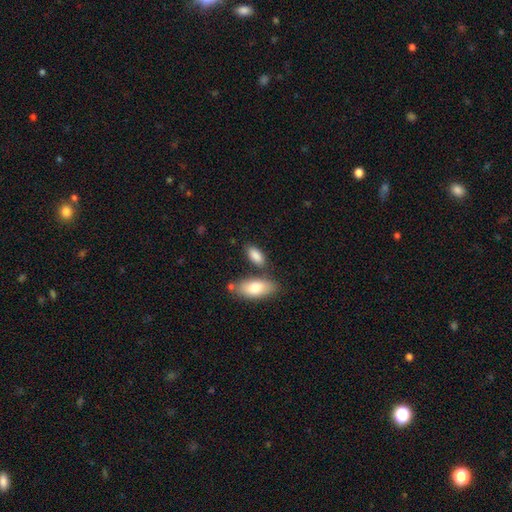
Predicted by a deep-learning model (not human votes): Smooth or featured? Predicted: smooth (p=0.87). How rounded? Predicted: in between (p=0.87). Merging? Predicted: none (p=0.67).